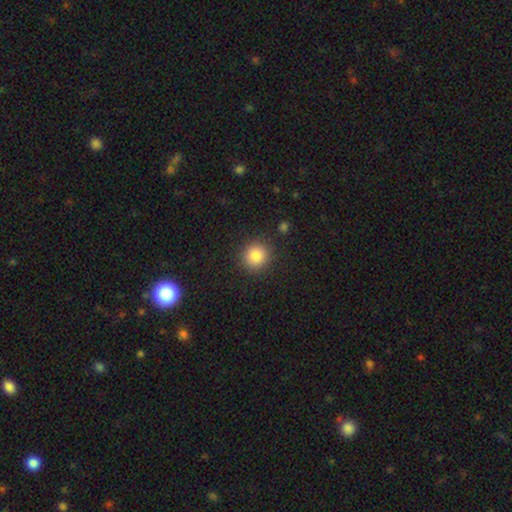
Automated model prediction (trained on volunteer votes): Q: Smooth or featured?
A: smooth (84%); runner-up: star or artifact (10%)
Q: How rounded?
A: round (91%); runner-up: in between (8%)
Q: Merging?
A: none (89%); runner-up: minor disturbance (7%)